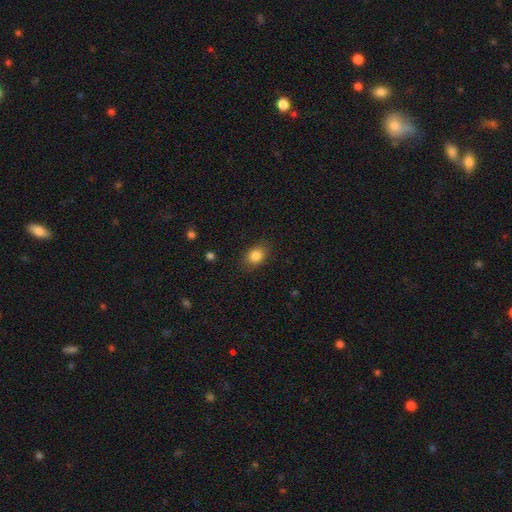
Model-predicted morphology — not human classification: Smooth or featured? Predicted: smooth (p=0.84). How rounded? Predicted: in between (p=0.63). Merging? Predicted: none (p=0.83).